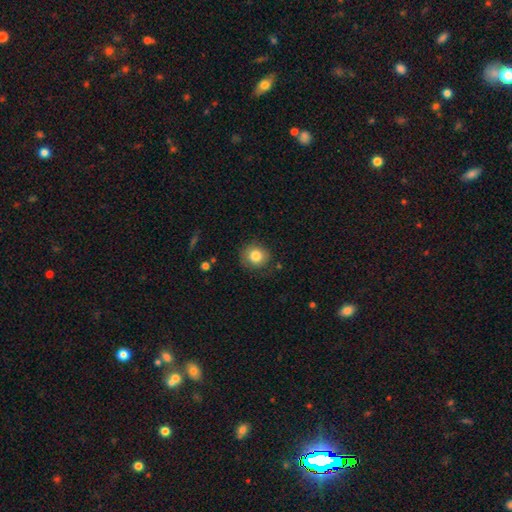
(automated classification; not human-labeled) Q: Smooth or featured?
A: smooth (82%); runner-up: star or artifact (10%)
Q: How rounded?
A: round (86%); runner-up: in between (13%)
Q: Merging?
A: none (82%); runner-up: minor disturbance (13%)